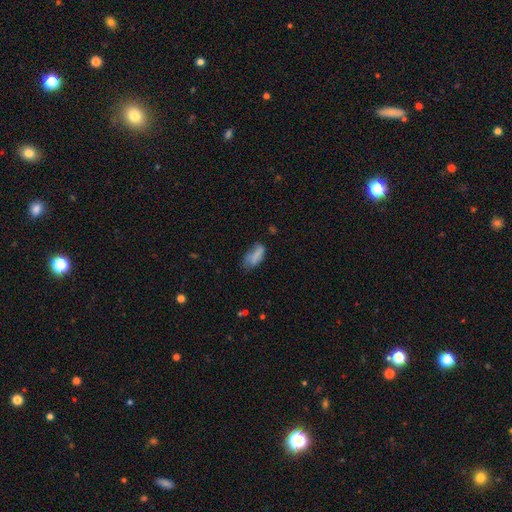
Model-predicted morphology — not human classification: smooth-or-featured: smooth: 74% | featured or disk: 16% | star or artifact: 10%
  how-rounded: in between: 81% | cigar-shaped: 16% | round: 3%
  merging: none: 41% | minor disturbance: 34% | major disturbance: 20% | merger: 5%